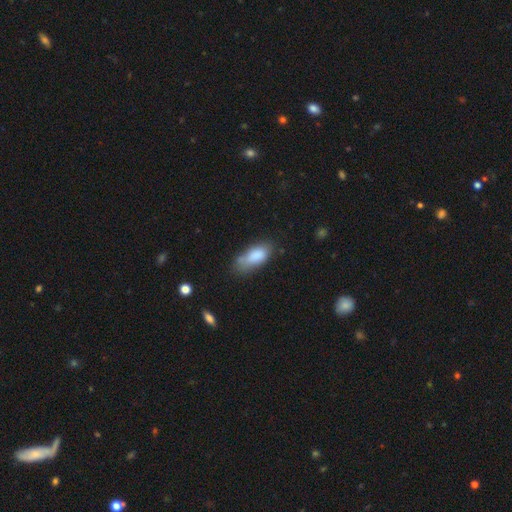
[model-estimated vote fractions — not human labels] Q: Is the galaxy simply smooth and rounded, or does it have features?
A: smooth — 82%.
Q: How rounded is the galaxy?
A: in between — 84%.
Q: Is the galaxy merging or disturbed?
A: none — 52%.